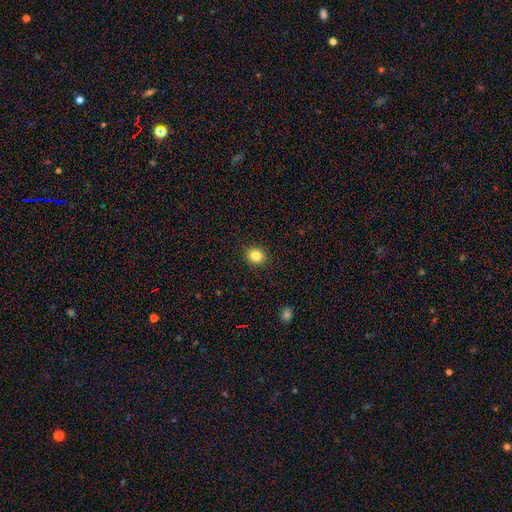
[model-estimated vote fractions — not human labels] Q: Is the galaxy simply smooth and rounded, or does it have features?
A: smooth — 84%.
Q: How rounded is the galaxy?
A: round — 82%.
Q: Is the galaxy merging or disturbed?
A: none — 92%.